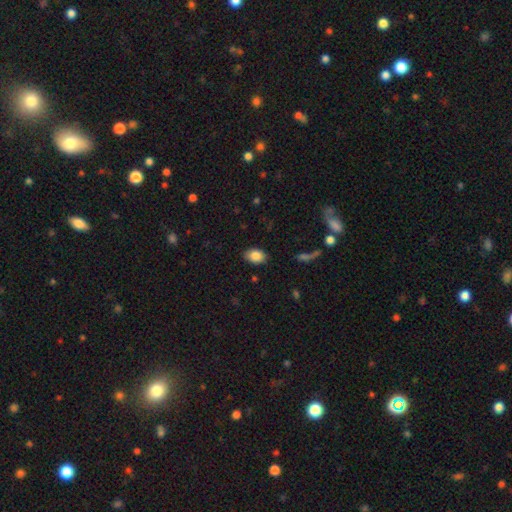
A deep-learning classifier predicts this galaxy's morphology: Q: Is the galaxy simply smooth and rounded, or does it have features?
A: smooth — 86%.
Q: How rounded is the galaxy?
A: in between — 84%.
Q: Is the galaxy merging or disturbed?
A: none — 86%.